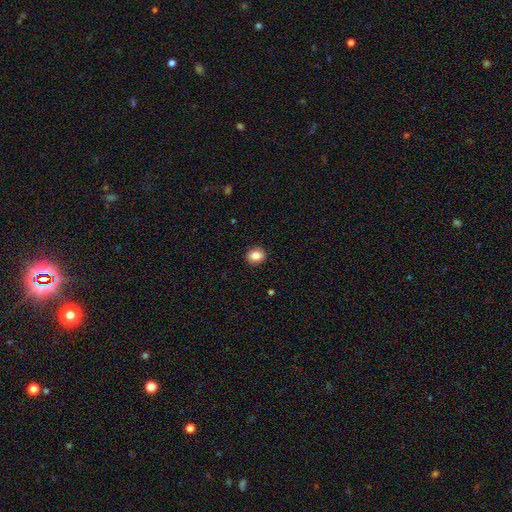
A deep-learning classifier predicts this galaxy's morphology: Overall: smooth (85%). How rounded: round (62%; in between 37%). Merging: none (91%).